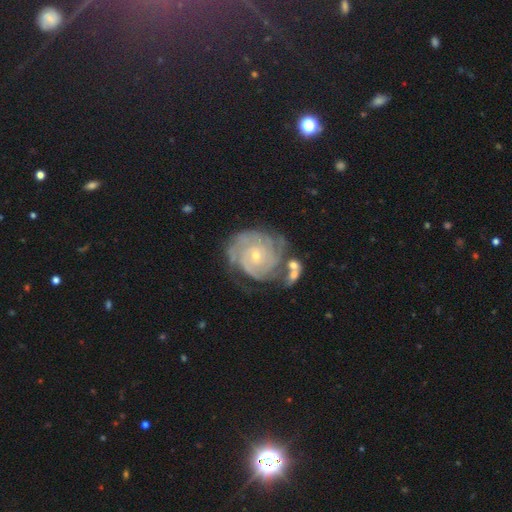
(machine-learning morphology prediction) smooth_or_featured: featured or disk (p=0.88) [alt: smooth p=0.07]
disk_edge_on: no (p=0.98) [alt: yes p=0.02]
bar: no (p=0.76) [alt: weak p=0.19]
has_spiral_arms: yes (p=0.97) [alt: no p=0.03]
spiral_winding: tight (p=0.80) [alt: medium p=0.17]
spiral_arm_count: can't tell (p=0.26) [alt: 3 p=0.25]
bulge_size: small (p=0.72) [alt: moderate p=0.25]
merging: none (p=0.59) [alt: minor disturbance p=0.20]